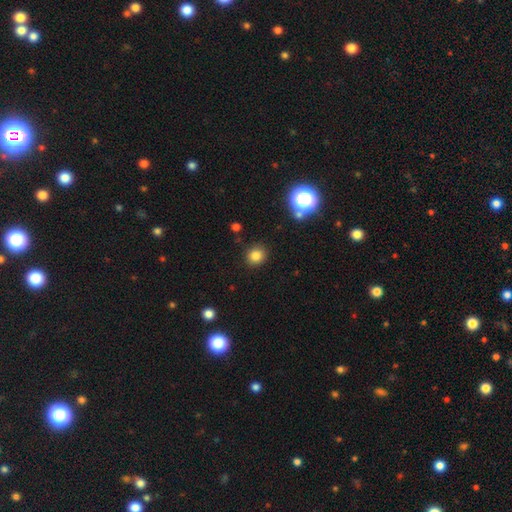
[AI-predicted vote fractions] Q: Smooth or featured?
A: smooth (81%); runner-up: star or artifact (13%)
Q: How rounded?
A: round (81%); runner-up: in between (18%)
Q: Merging?
A: none (88%); runner-up: minor disturbance (8%)